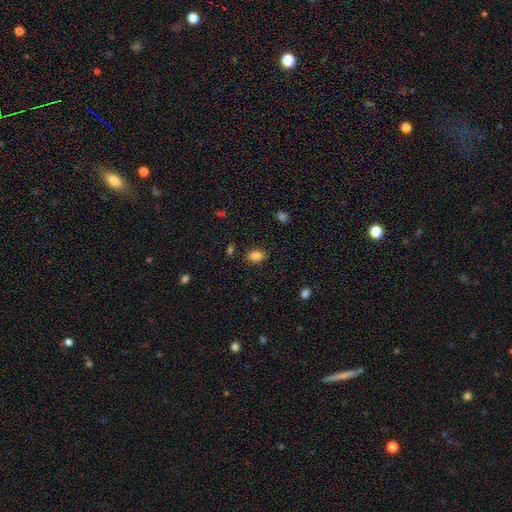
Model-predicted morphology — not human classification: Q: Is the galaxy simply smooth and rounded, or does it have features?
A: smooth — 85%.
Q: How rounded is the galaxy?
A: in between — 74%.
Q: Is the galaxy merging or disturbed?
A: none — 83%.